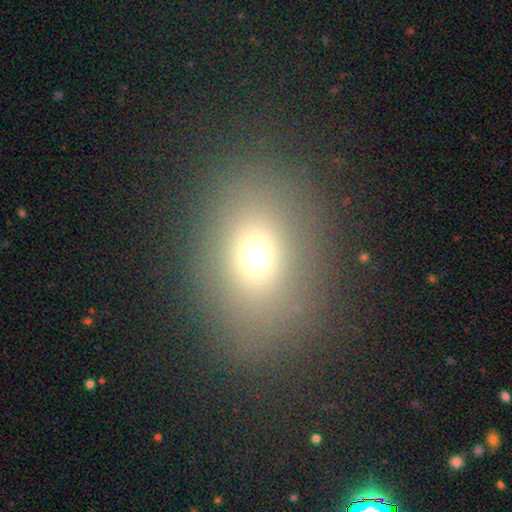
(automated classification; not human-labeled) The model was most divided on "how rounded": in between: 55%, round: 44%, cigar-shaped: 1%. More confident: merging — none (79%); smooth or featured — smooth (66%).